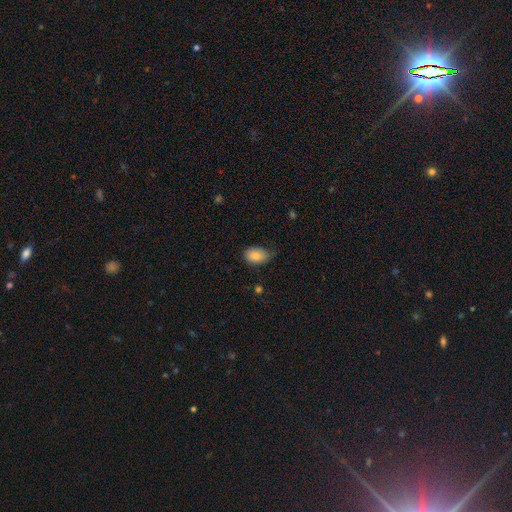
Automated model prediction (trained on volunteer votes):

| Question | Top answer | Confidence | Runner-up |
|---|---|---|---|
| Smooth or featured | smooth | 85% | star or artifact (8%) |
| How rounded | in between | 86% | round (13%) |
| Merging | none | 64% | minor disturbance (30%) |